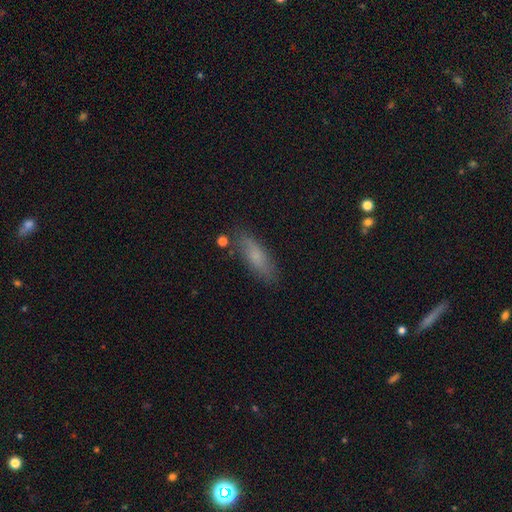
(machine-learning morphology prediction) smooth 71%, featured or disk 20%, star or artifact 9%. Down the decision tree: how rounded — cigar-shaped (49%); merging — none (79%).